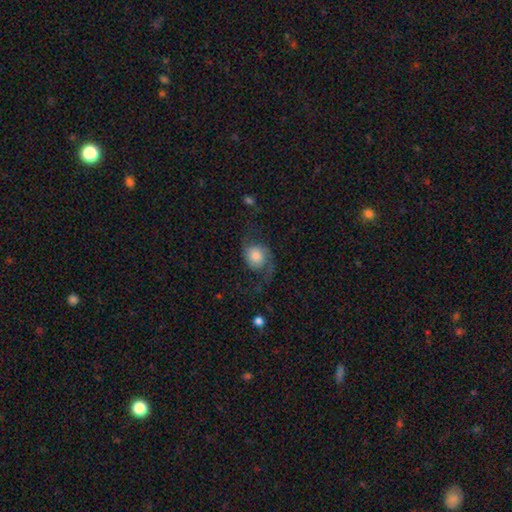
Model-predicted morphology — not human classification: A featured or disk galaxy (67%) with no bar (74%), 2 (88%) loose (69%) spiral arms (94%) and a large central bulge (37%).

Vote fractions:
- Smooth or featured? featured or disk: 67% / smooth: 25% / star or artifact: 8%
- Edge-on disk? no: 97% / yes: 3%
- Bar? no: 74% / weak: 22% / strong: 4%
- Spiral arms? yes: 94% / no: 6%
- Spiral winding? loose: 69% / medium: 25% / tight: 6%
- Spiral arm count? 2: 88% / 1: 6% / can't tell: 2% / 3: 1% / 4: 1% / more than 4: 1%
- Bulge size? large: 37% / moderate: 27% / dominant: 16% / small: 12% / none: 8%
- Merging? none: 58% / major disturbance: 21% / minor disturbance: 18% / merger: 2%